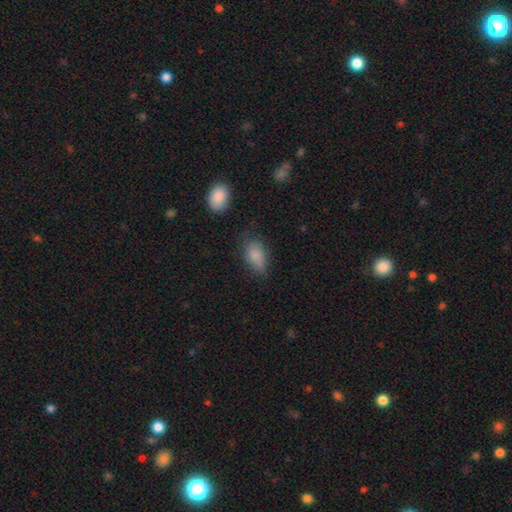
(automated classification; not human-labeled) A smooth galaxy with no disk features (83%) that is in between round and cigar-shaped (90%). Merging: none (58%).